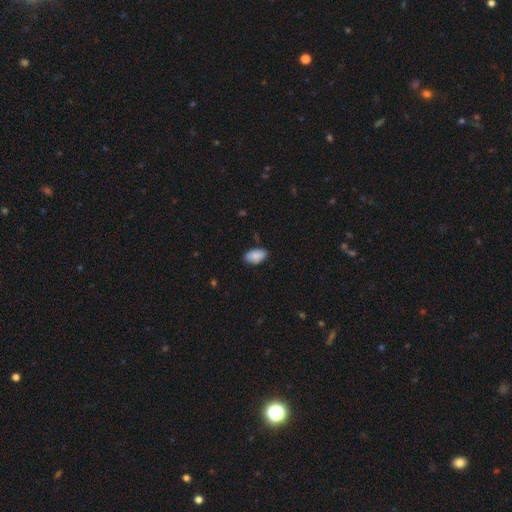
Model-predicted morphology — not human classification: Smooth or featured? Predicted: smooth (p=0.88). How rounded? Predicted: in between (p=0.95). Merging? Predicted: none (p=0.82).